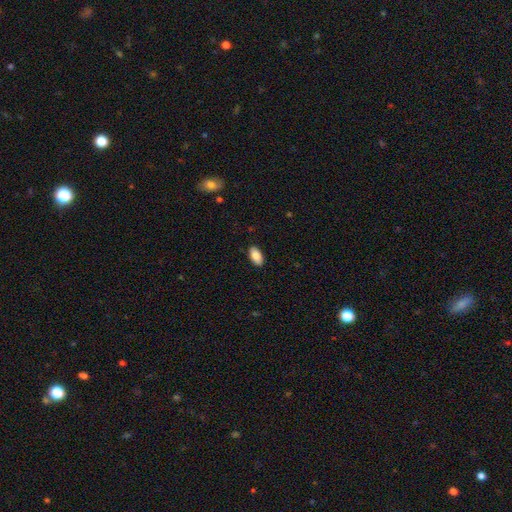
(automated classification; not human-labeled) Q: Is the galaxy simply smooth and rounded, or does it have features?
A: smooth — 85%.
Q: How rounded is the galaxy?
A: in between — 94%.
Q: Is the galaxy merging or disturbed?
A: none — 88%.